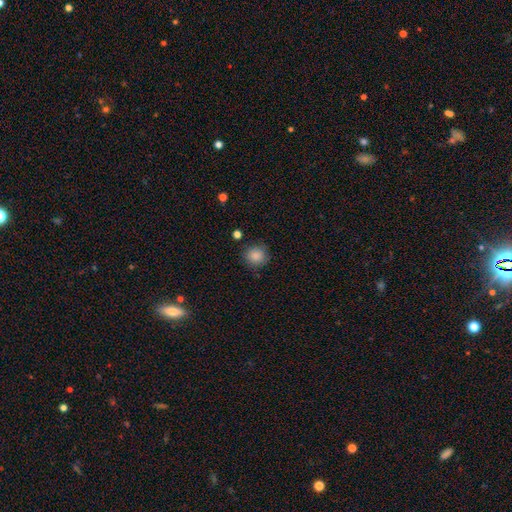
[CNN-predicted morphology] Overall: smooth (87%). How rounded: round (88%). Merging: none (84%).